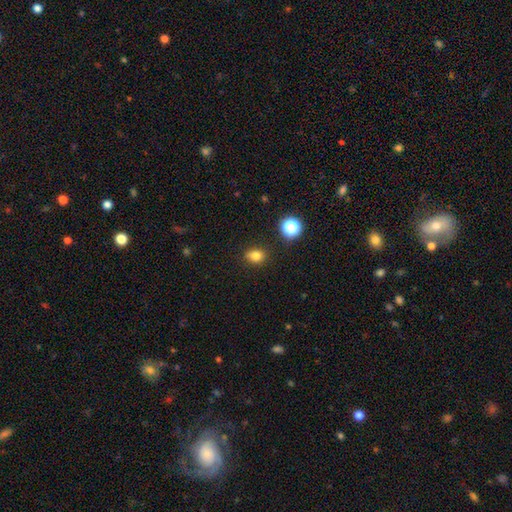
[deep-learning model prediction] A smooth galaxy with no disk features (80%) that is in between round and cigar-shaped (54%). Merging: none (85%).